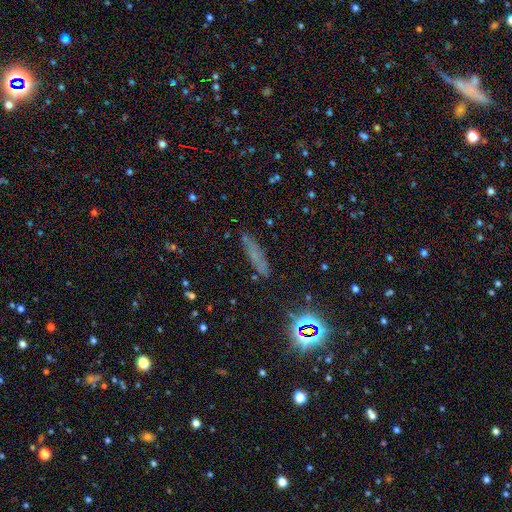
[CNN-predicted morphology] Smooth or featured: smooth — 54% (star or artifact — 28%)
How rounded: cigar-shaped — 77% (in between — 19%)
Merging: none — 79% (minor disturbance — 14%)